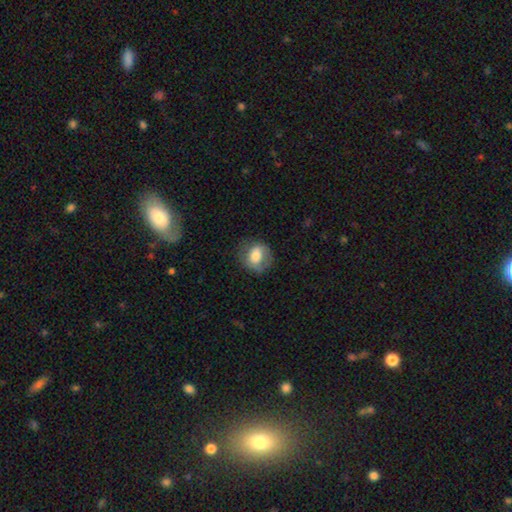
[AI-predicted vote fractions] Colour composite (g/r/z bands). It shows a smooth galaxy with no disk features (68%) that is round (61%). Merging: none (68%).